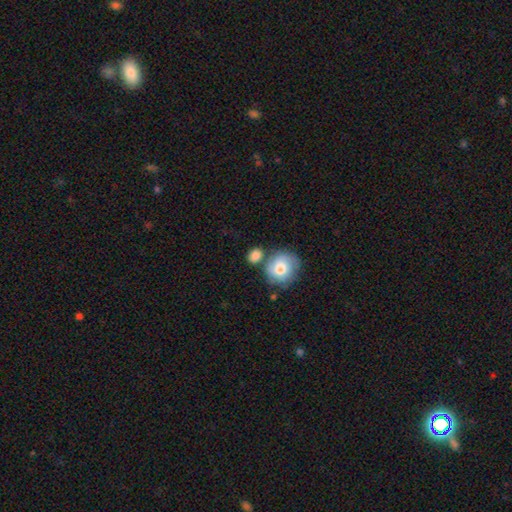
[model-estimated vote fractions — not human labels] Morphology: type=smooth (74%); roundness=round (69%); merging=none (55%).